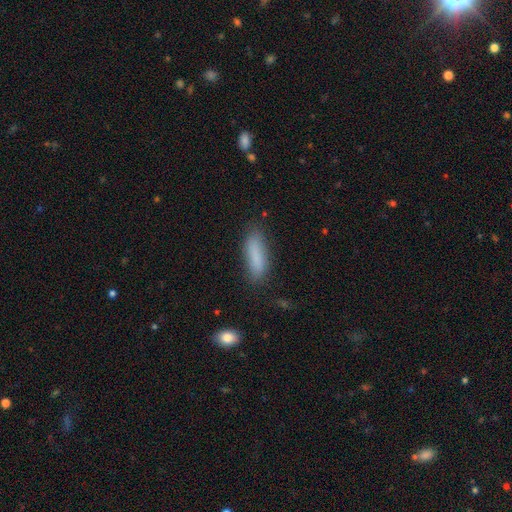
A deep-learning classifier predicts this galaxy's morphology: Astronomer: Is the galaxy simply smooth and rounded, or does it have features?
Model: smooth — 83%.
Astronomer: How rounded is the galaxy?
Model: cigar-shaped — 64%.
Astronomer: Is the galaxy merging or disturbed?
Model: none — 81%.